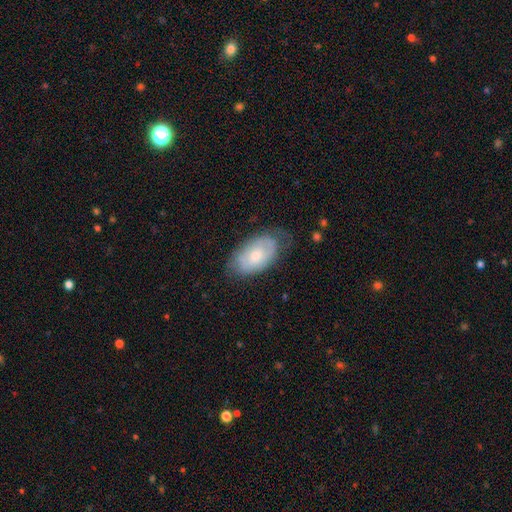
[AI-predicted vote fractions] A smooth galaxy with no disk features (50%) that is in between round and cigar-shaped (93%). Merging: none (66%).